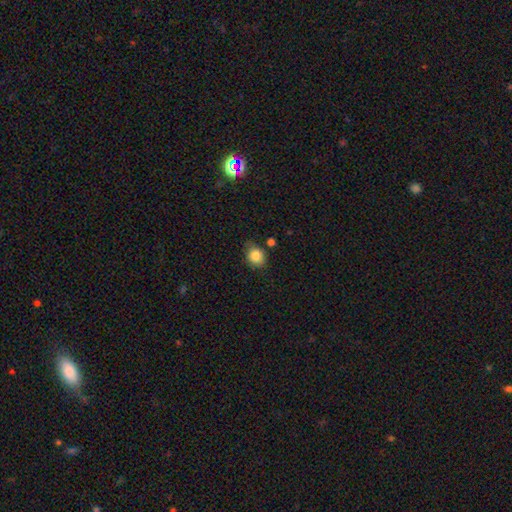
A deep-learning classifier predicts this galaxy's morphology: Smooth or featured?
  - smooth: 85% *
  - star or artifact: 9%
  - featured or disk: 6%
How rounded?
  - round: 57% *
  - in between: 42%
  - cigar-shaped: 1%
Merging?
  - none: 71% *
  - minor disturbance: 20%
  - merger: 5%
  - major disturbance: 4%